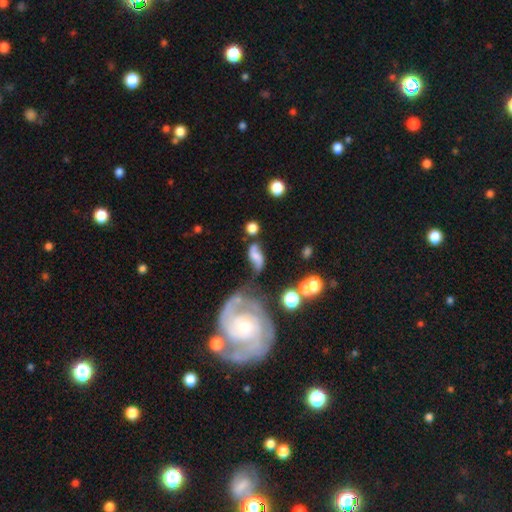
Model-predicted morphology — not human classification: Smooth or featured? featured or disk (55%)
Edge-on disk? no (93%)
Bar? no (52%)
Spiral arms? yes (84%)
Bulge size? none (31%)
Merging? none (39%)